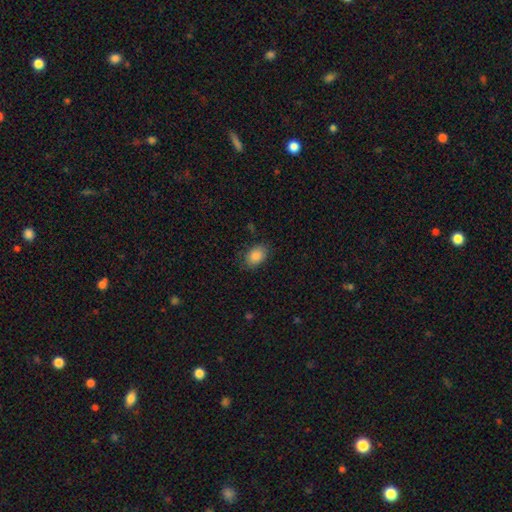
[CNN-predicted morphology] Overall: smooth (87%). How rounded: in between (80%). Merging: none (80%).